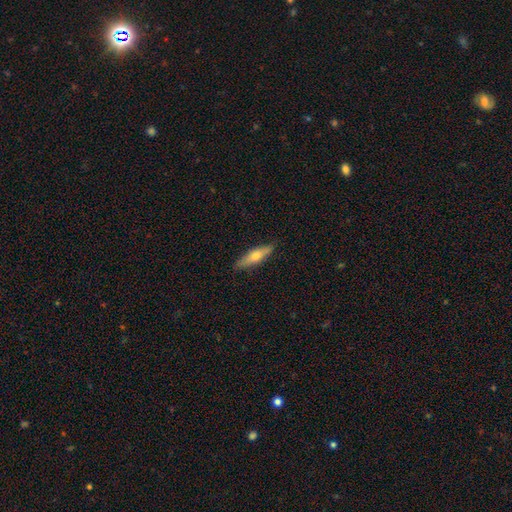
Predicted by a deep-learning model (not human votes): This is possibly a featured or disk galaxy (48%). Merging: clearly none (88%).